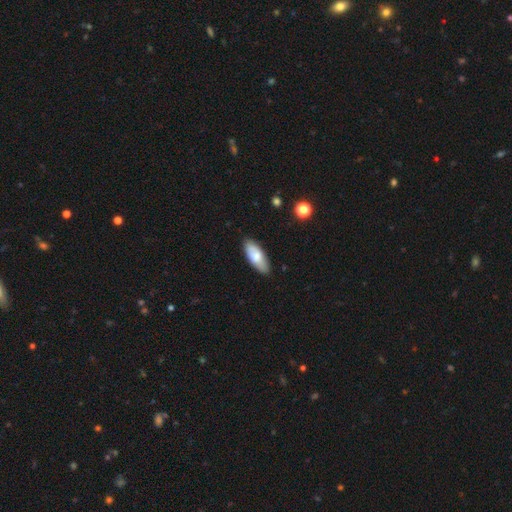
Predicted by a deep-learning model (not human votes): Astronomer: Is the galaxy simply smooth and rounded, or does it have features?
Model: smooth — 76%.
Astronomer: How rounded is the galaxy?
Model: in between — 79%.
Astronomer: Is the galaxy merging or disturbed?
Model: none — 85%.